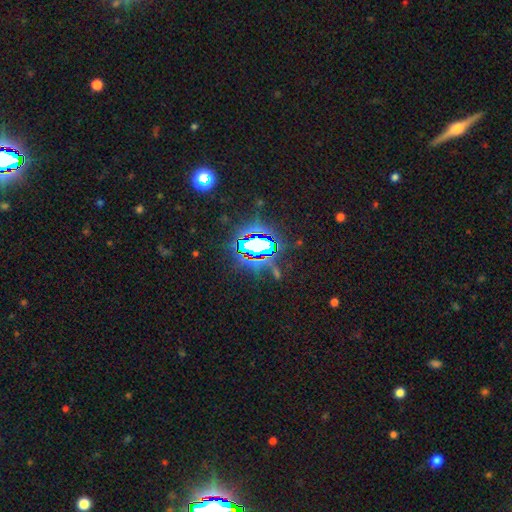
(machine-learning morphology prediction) This appears to be a star or artifact, not a galaxy (84%).